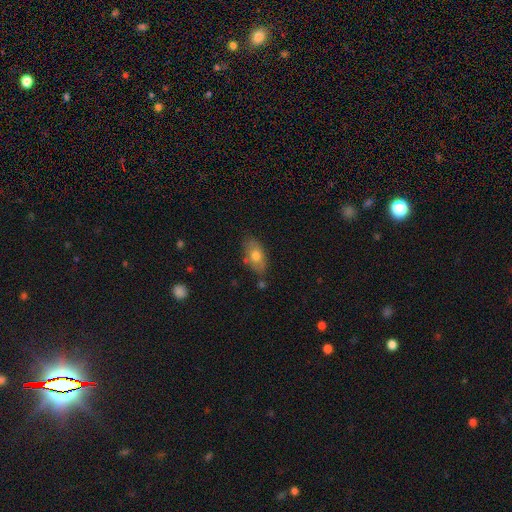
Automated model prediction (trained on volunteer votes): Q: Smooth or featured?
A: smooth (71%); runner-up: featured or disk (21%)
Q: How rounded?
A: in between (89%); runner-up: round (7%)
Q: Merging?
A: none (73%); runner-up: minor disturbance (18%)